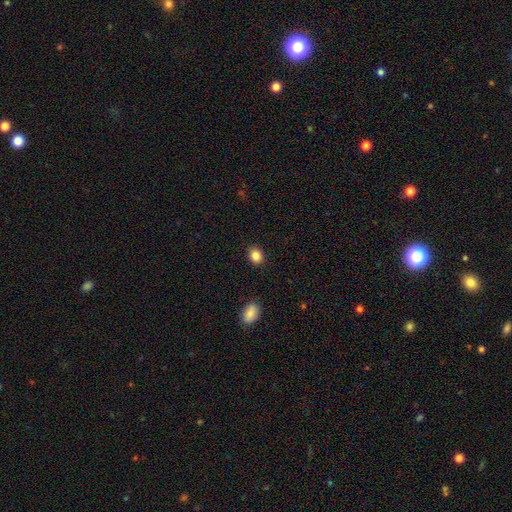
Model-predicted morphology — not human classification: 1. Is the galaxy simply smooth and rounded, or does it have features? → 87% smooth, 9% star or artifact, 4% featured or disk.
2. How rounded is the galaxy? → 52% round, 47% in between, 1% cigar-shaped.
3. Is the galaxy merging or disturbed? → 89% none, 8% minor disturbance, 2% major disturbance, 1% merger.